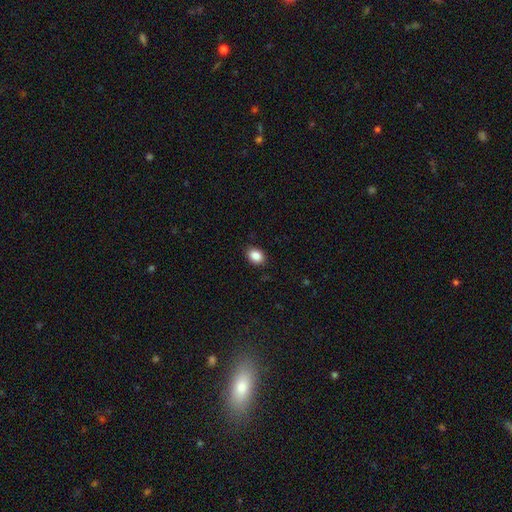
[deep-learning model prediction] smooth 88%, star or artifact 9%, featured or disk 4%. Down the decision tree: how rounded — in between (68%); merging — none (89%).